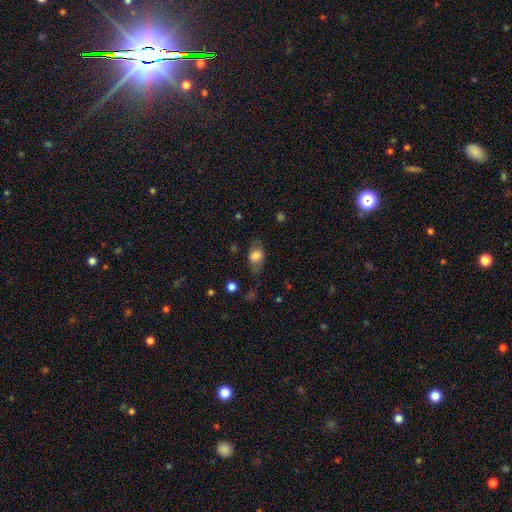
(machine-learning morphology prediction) Smooth or featured?
  - smooth: 75% *
  - featured or disk: 16%
  - star or artifact: 9%
How rounded?
  - in between: 73% *
  - round: 24%
  - cigar-shaped: 2%
Merging?
  - none: 63% *
  - minor disturbance: 23%
  - major disturbance: 11%
  - merger: 2%